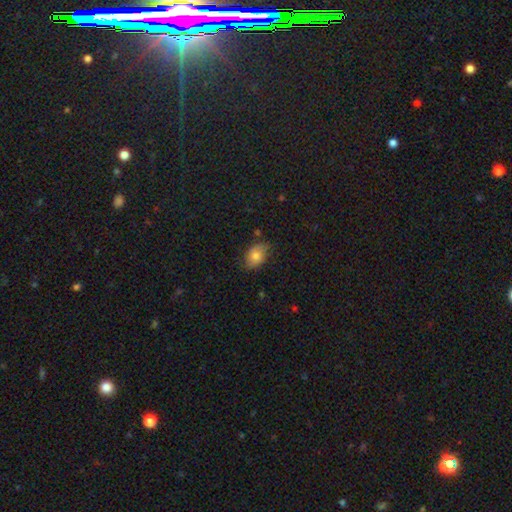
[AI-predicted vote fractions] Overall: smooth (72%). How rounded: in between (80%). Merging: none (68%).